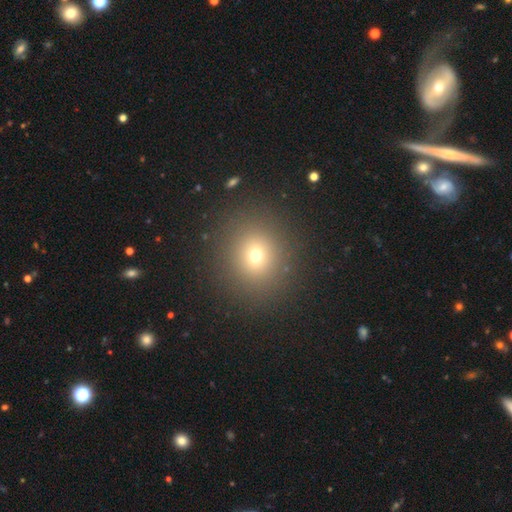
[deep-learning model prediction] Morphology: type=smooth (69%); roundness=round (86%); merging=none (89%).